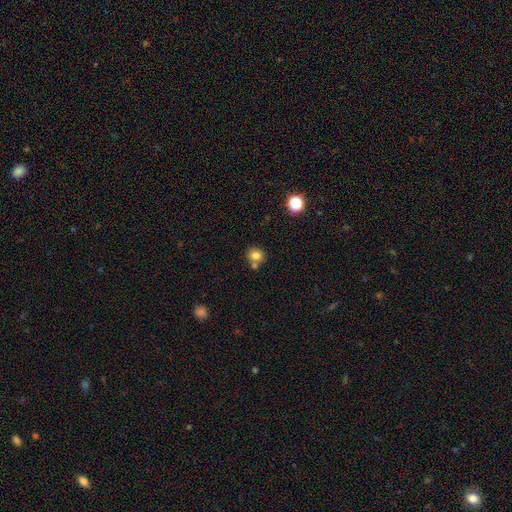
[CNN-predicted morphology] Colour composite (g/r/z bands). It shows a smooth galaxy with no disk features (79%) that is round (86%). Merging: none (65%).